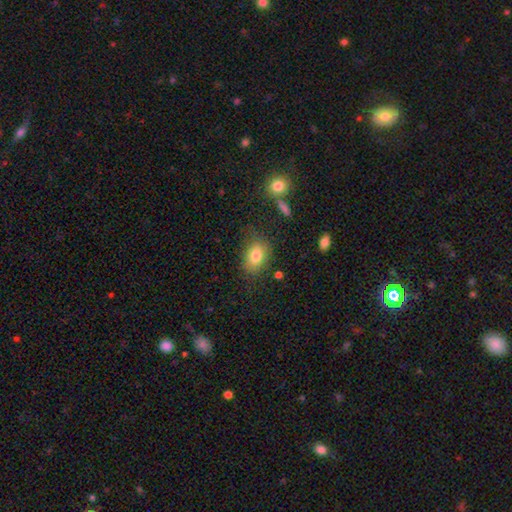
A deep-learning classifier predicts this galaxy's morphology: This appears to be a smooth galaxy with no disk features (80%) that is in between round and cigar-shaped (79%). Merging: none (77%).